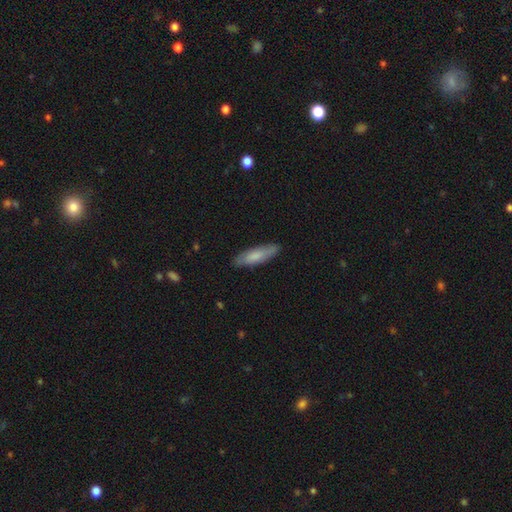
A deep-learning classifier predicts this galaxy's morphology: Q: Smooth or featured?
A: smooth (76%); runner-up: featured or disk (19%)
Q: How rounded?
A: cigar-shaped (60%); runner-up: in between (38%)
Q: Merging?
A: none (85%); runner-up: minor disturbance (12%)